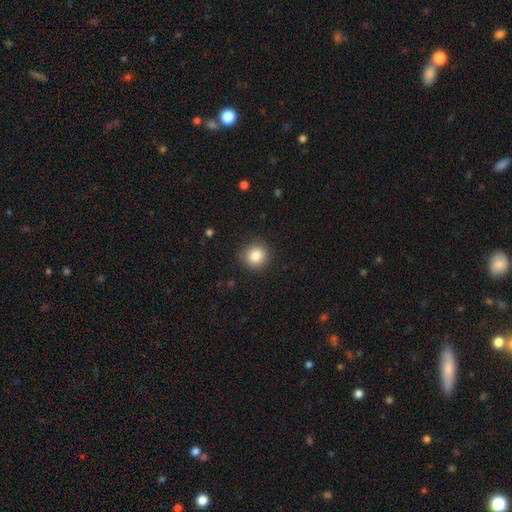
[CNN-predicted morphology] type=smooth (84%); roundness=round (92%); merging=none (90%).